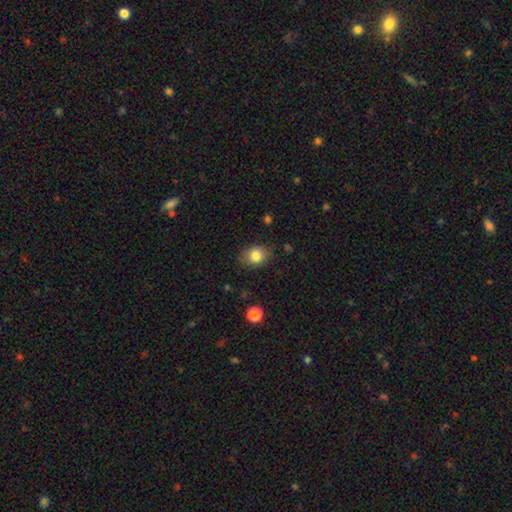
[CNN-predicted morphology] Smooth or featured?
  - smooth: 82% *
  - star or artifact: 9%
  - featured or disk: 8%
How rounded?
  - in between: 58% *
  - round: 41%
  - cigar-shaped: 1%
Merging?
  - none: 80% *
  - minor disturbance: 15%
  - major disturbance: 4%
  - merger: 1%